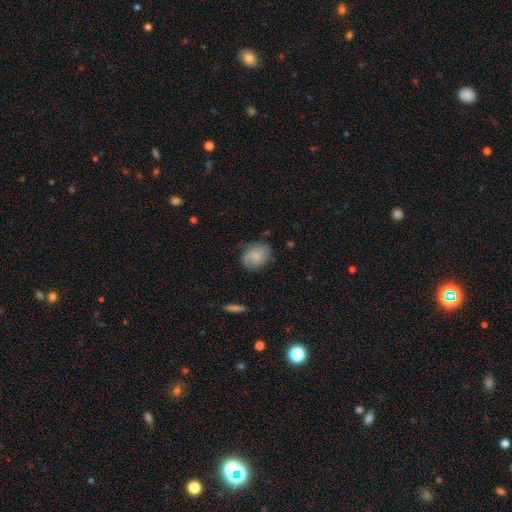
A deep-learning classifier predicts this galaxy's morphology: smooth-or-featured: smooth: 69% | featured or disk: 23% | star or artifact: 7%
  how-rounded: in between: 50% | round: 49% | cigar-shaped: 1%
  merging: none: 70% | minor disturbance: 22% | major disturbance: 6% | merger: 2%